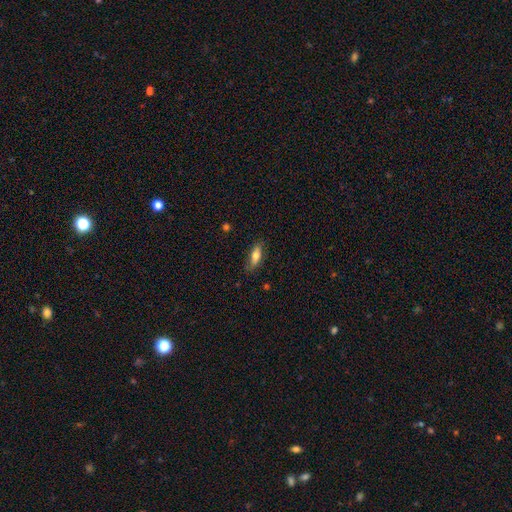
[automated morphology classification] Smooth or featured? smooth (71%)
How rounded? in between (67%)
Merging? none (79%)